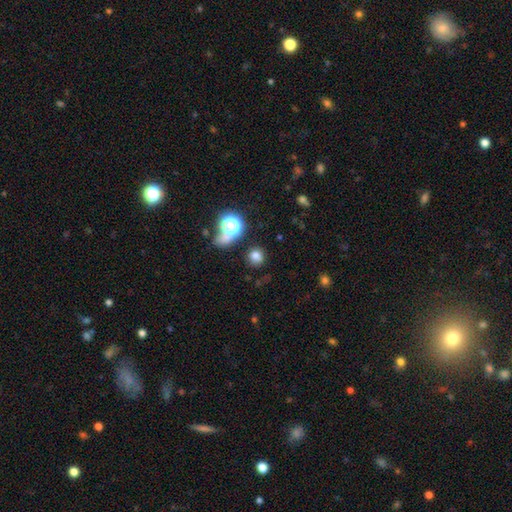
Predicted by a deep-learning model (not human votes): Smooth or featured? smooth (73%)
How rounded? round (84%)
Merging? none (80%)